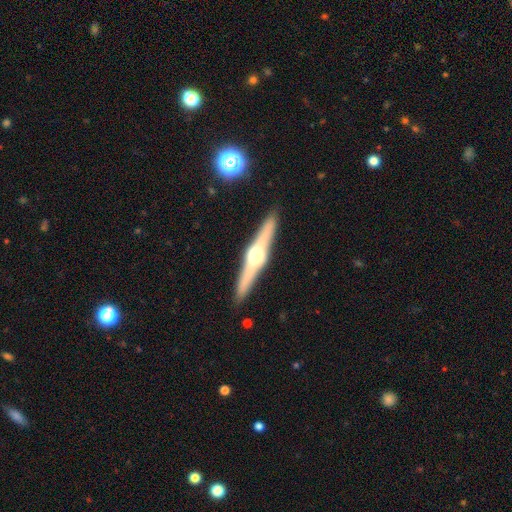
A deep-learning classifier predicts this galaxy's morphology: This appears to be a featured or disk galaxy (78%) viewed edge-on (98%) with a rounded central bulge (94%). Merging: none (91%).